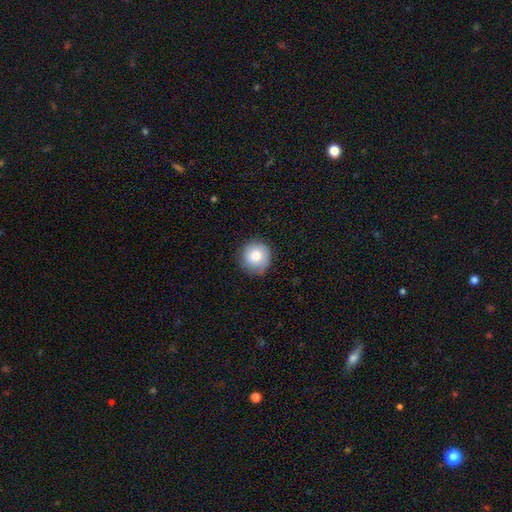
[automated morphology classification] type=smooth (80%); roundness=round (92%); merging=none (80%).